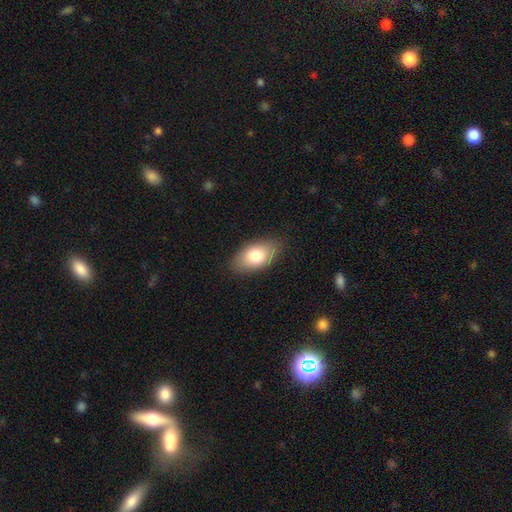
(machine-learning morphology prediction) Smooth or featured? smooth (78%)
How rounded? in between (92%)
Merging? none (82%)